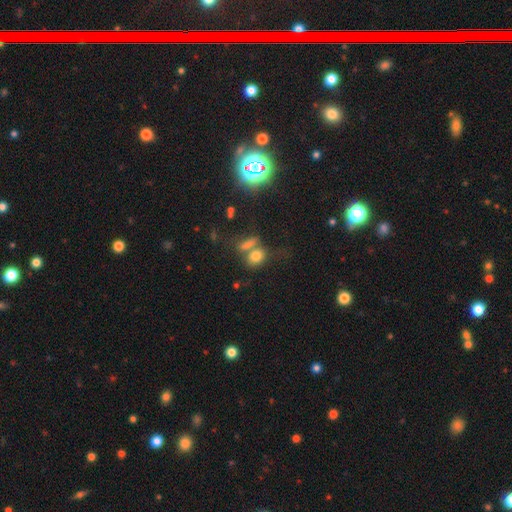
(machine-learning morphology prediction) This appears to be a smooth galaxy with no disk features (75%) that is in between round and cigar-shaped (58%). Merging: none (44%).